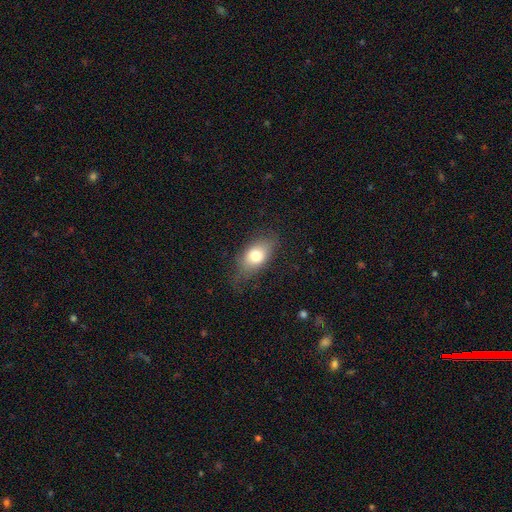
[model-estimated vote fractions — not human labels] The model was most divided on "merging": none: 69%, minor disturbance: 22%, major disturbance: 7%, merger: 1%. More confident: how rounded — in between (84%); smooth or featured — smooth (75%).